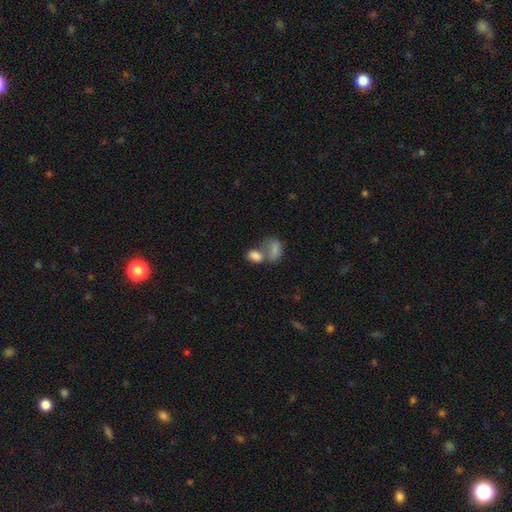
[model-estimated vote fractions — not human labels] This is clearly a smooth galaxy (81%). How rounded: clearly in between (86%). Merging: likely merger (62%).